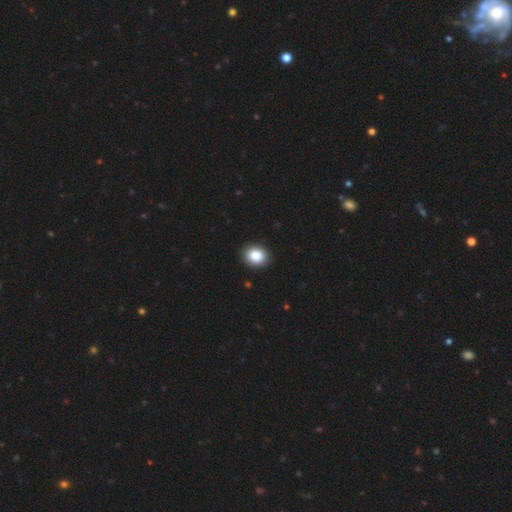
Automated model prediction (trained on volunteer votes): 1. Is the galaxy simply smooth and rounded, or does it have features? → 86% smooth, 9% star or artifact, 5% featured or disk.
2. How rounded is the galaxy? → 55% round, 44% in between, 1% cigar-shaped.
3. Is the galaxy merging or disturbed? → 90% none, 7% minor disturbance, 2% major disturbance, 1% merger.